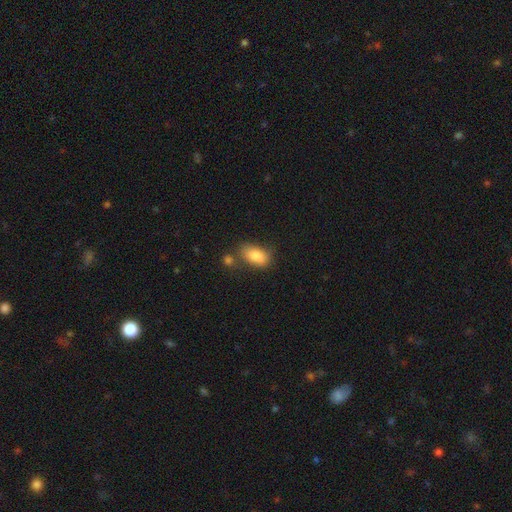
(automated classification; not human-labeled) This appears to be a smooth galaxy with no disk features (85%) that is in between round and cigar-shaped (91%). Merging: none (62%).